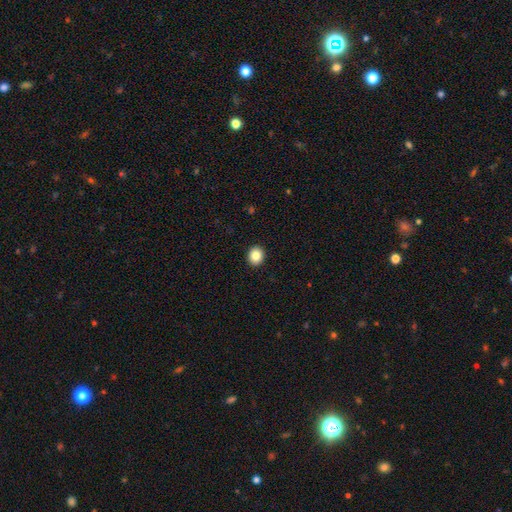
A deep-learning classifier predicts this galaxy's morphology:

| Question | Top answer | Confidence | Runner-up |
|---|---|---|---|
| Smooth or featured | smooth | 85% | star or artifact (9%) |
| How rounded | round | 73% | in between (26%) |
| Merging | none | 92% | minor disturbance (5%) |